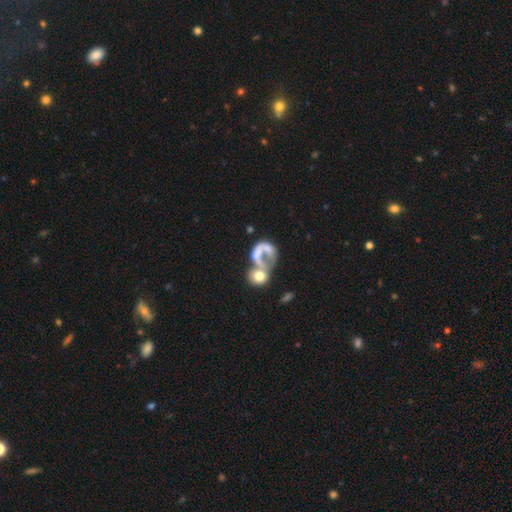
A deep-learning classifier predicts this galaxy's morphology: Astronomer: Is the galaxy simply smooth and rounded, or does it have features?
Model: featured or disk — 51% (runner-up: smooth, 35%).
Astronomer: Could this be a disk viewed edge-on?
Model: no — 97%.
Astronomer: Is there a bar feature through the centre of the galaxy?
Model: no — 86%.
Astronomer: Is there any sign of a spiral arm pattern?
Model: no — 78%.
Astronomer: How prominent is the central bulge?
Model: none — 47% (runner-up: moderate, 23%).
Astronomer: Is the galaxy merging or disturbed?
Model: merger — 52%.